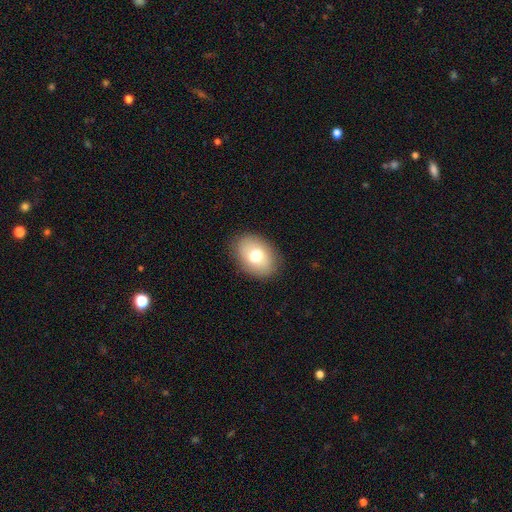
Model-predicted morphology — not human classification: Smooth or featured? smooth (72%)
How rounded? in between (79%)
Merging? none (86%)